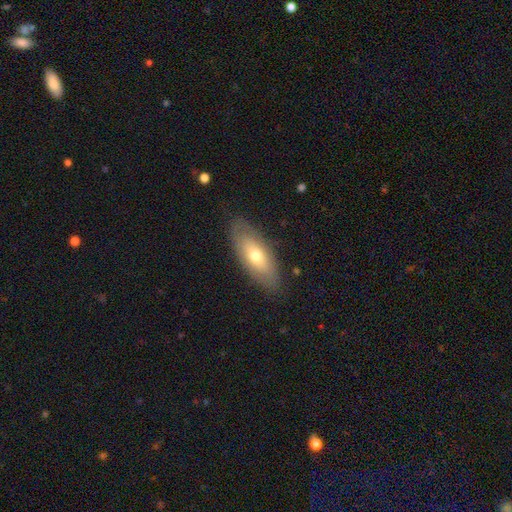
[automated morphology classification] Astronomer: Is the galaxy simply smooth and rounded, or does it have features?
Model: smooth — 58% (runner-up: featured or disk, 36%).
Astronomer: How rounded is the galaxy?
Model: in between — 77%.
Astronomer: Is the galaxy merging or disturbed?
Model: none — 83%.